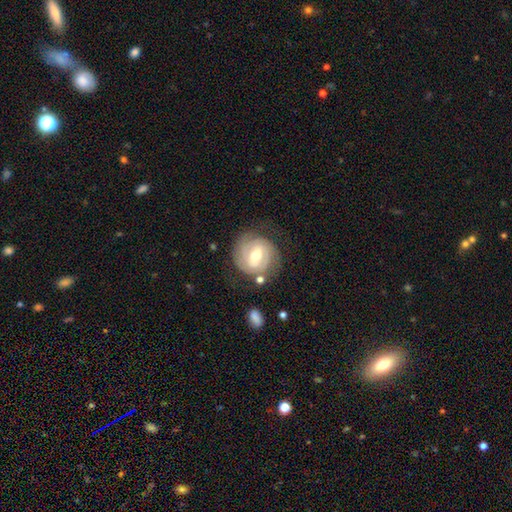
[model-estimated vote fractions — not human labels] Smooth or featured?
  - featured or disk: 72% *
  - smooth: 23%
  - star or artifact: 6%
Edge-on disk?
  - no: 97% *
  - yes: 3%
Bar?
  - weak: 53% *
  - strong: 25%
  - no: 22%
Spiral arms?
  - yes: 84% *
  - no: 16%
Spiral winding?
  - tight: 65% *
  - medium: 27%
  - loose: 9%
Spiral arm count?
  - 2: 54% *
  - can't tell: 27%
  - 3: 9%
  - 1: 5%
  - 4: 3%
  - more than 4: 2%
Bulge size?
  - moderate: 71% *
  - small: 22%
  - large: 5%
  - none: 1%
  - dominant: 1%
Merging?
  - none: 68% *
  - minor disturbance: 18%
  - major disturbance: 10%
  - merger: 5%